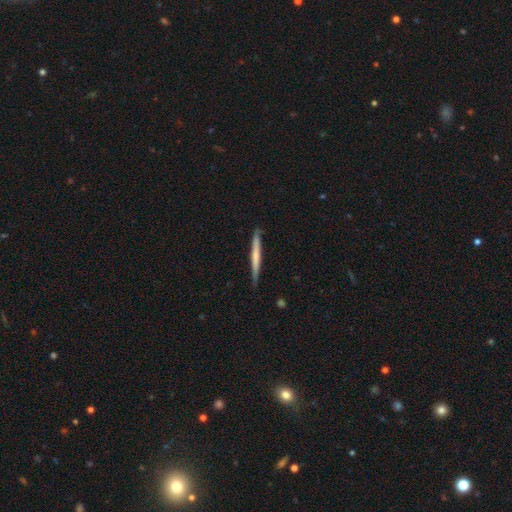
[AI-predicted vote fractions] smooth_or_featured: smooth (p=0.54) [alt: featured or disk p=0.41]
how_rounded: cigar-shaped (p=0.97) [alt: in between p=0.02]
merging: none (p=0.84) [alt: minor disturbance p=0.13]